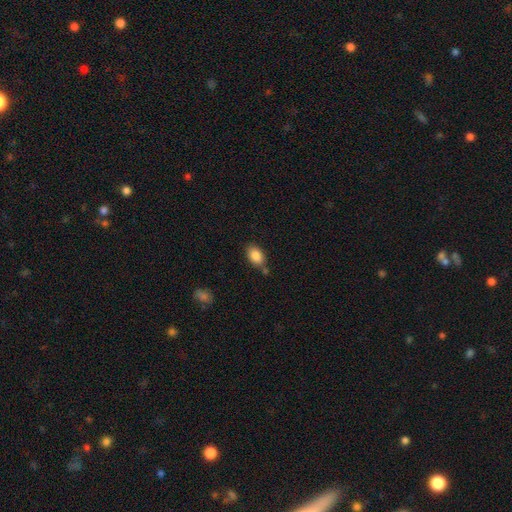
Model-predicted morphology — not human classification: A smooth galaxy with no disk features (86%) that is in between round and cigar-shaped (88%). Merging: none (70%).